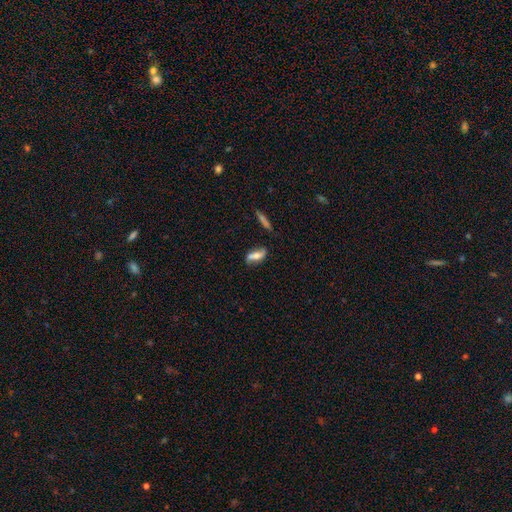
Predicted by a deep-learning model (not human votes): smooth 48%, featured or disk 44%, star or artifact 9%. Down the decision tree: merging — none (63%).